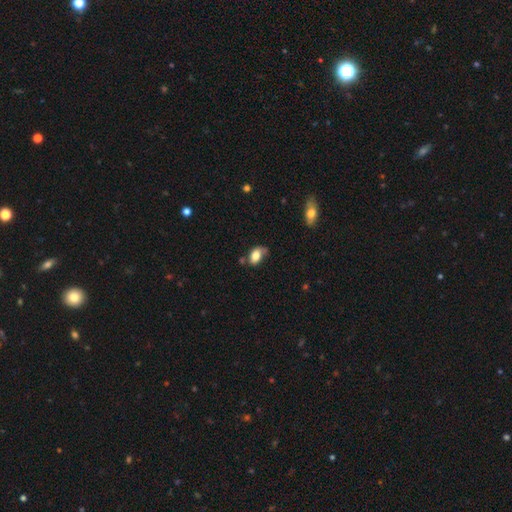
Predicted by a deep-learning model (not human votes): Smooth or featured: smooth — 77% (featured or disk — 15%)
How rounded: in between — 86% (round — 12%)
Merging: none — 43% (minor disturbance — 35%)